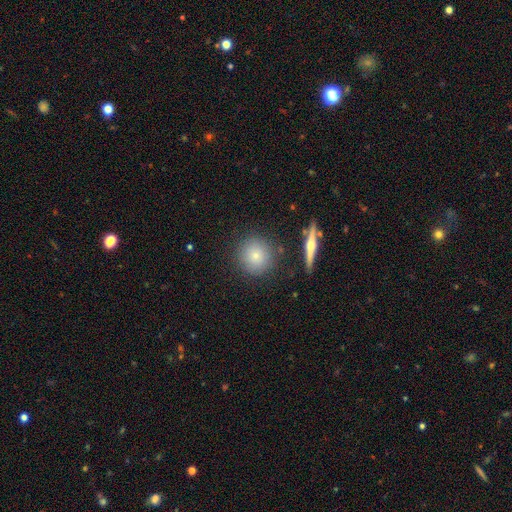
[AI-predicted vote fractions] Smooth or featured? smooth (74%)
How rounded? round (92%)
Merging? none (84%)